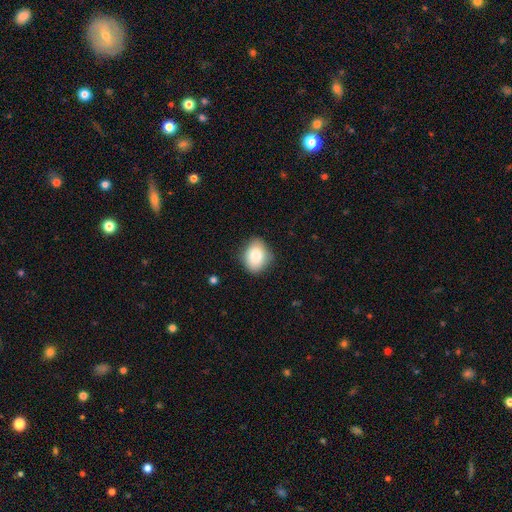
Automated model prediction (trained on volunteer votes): This is clearly a smooth galaxy (83%). How rounded: possibly in between (59%). Merging: likely none (76%).